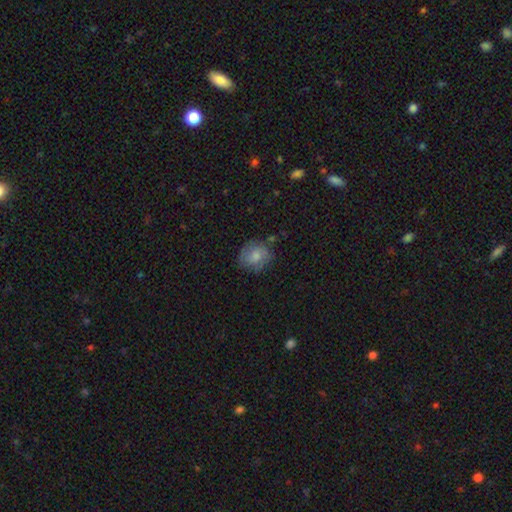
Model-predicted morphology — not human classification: A smooth galaxy with no disk features (63%) that is round (68%).

Vote fractions:
- Smooth or featured? smooth: 63% / featured or disk: 29% / star or artifact: 8%
- How rounded? round: 68% / in between: 31% / cigar-shaped: 1%
- Merging? none: 68% / minor disturbance: 22% / major disturbance: 7% / merger: 3%